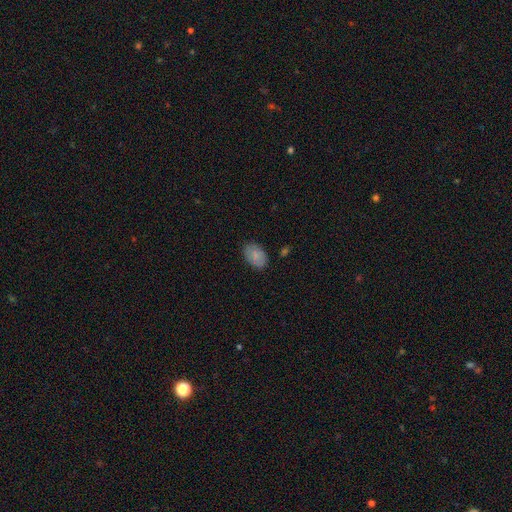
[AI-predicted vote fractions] Q: Smooth or featured?
A: smooth (83%); runner-up: featured or disk (10%)
Q: How rounded?
A: in between (87%); runner-up: round (12%)
Q: Merging?
A: none (82%); runner-up: minor disturbance (14%)